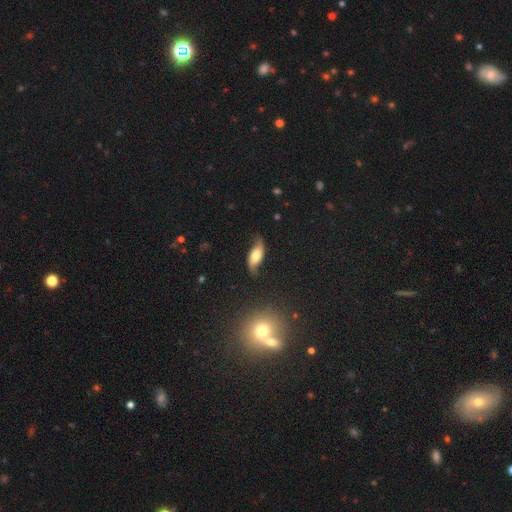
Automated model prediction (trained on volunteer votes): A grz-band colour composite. It shows a featured or disk galaxy (64%) with no bar (65%), spiral arms (91%) and a moderate central bulge (47%). Merging: none (69%).